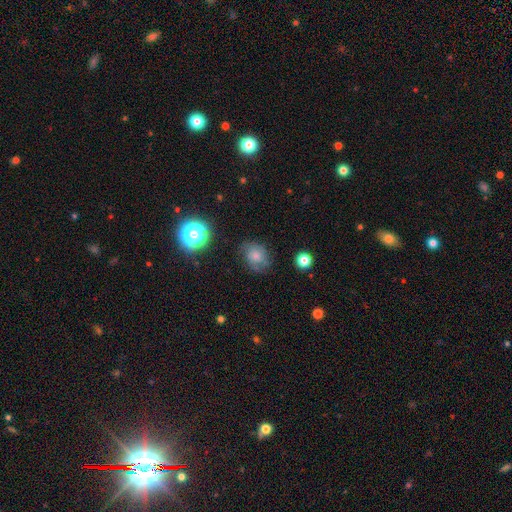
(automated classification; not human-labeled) This is likely a smooth galaxy (61%). How rounded: possibly round (54%). Merging: likely none (64%).